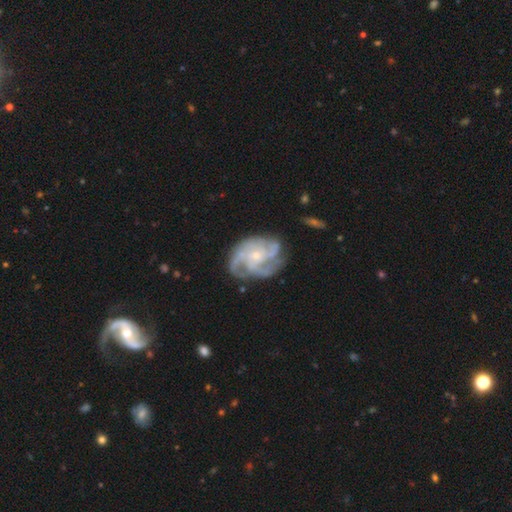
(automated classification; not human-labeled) Q: Smooth or featured?
A: featured or disk (88%); runner-up: smooth (7%)
Q: Edge-on disk?
A: no (98%); runner-up: yes (2%)
Q: Bar?
A: no (70%); runner-up: weak (25%)
Q: Spiral arms?
A: yes (97%); runner-up: no (3%)
Q: Spiral winding?
A: tight (48%); runner-up: medium (42%)
Q: Spiral arm count?
A: 4 (31%); runner-up: 3 (30%)
Q: Bulge size?
A: small (64%); runner-up: moderate (30%)
Q: Merging?
A: none (71%); runner-up: minor disturbance (19%)